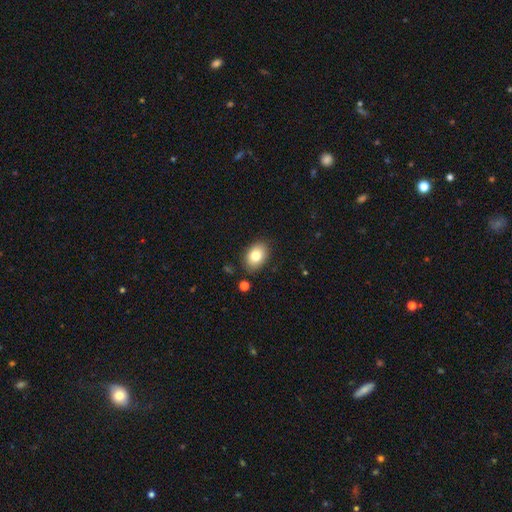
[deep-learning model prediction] smooth_or_featured: smooth (p=0.80) [alt: featured or disk p=0.12]
how_rounded: in between (p=0.84) [alt: round p=0.15]
merging: none (p=0.86) [alt: minor disturbance p=0.10]